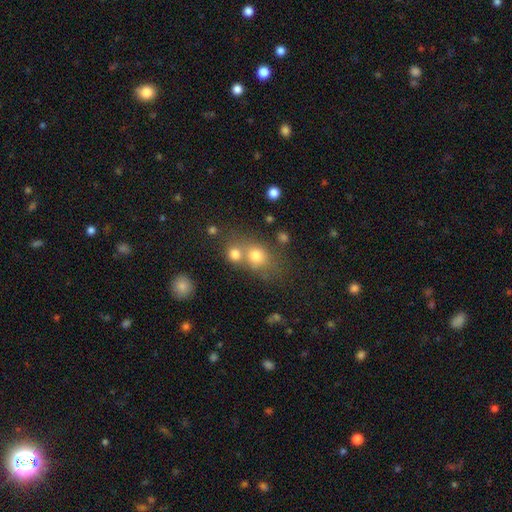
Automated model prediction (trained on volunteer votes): Smooth or featured? Predicted: smooth (p=0.74). How rounded? Predicted: round (p=0.61). Merging? Predicted: none (p=0.43).